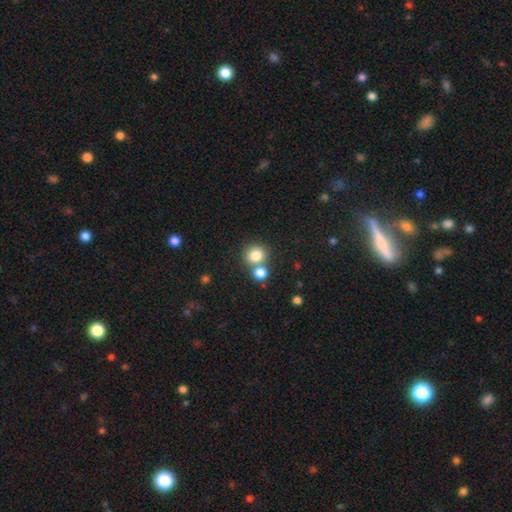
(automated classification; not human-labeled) Q: Smooth or featured?
A: smooth (81%); runner-up: star or artifact (12%)
Q: How rounded?
A: round (88%); runner-up: in between (11%)
Q: Merging?
A: none (60%); runner-up: merger (30%)